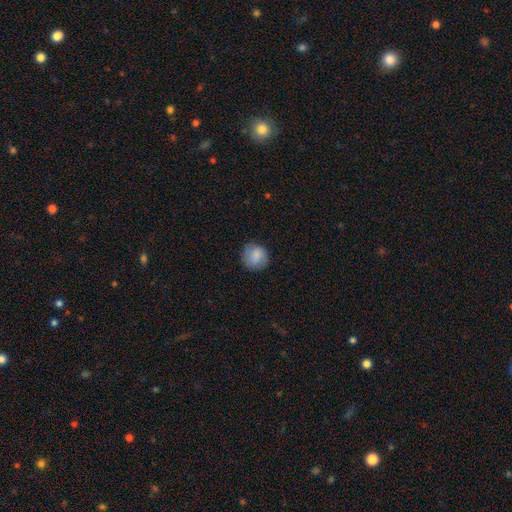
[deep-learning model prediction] This is clearly a smooth galaxy (85%). How rounded: clearly round (88%). Merging: clearly none (82%).